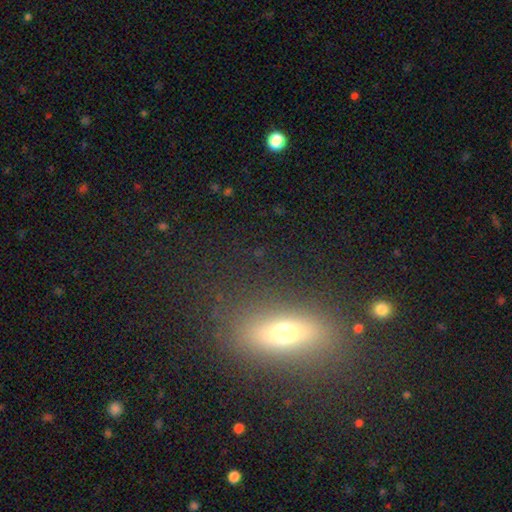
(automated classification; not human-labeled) Smooth or featured: smooth — 54% (featured or disk — 27%)
How rounded: in between — 55% (cigar-shaped — 33%)
Merging: none — 79% (minor disturbance — 11%)